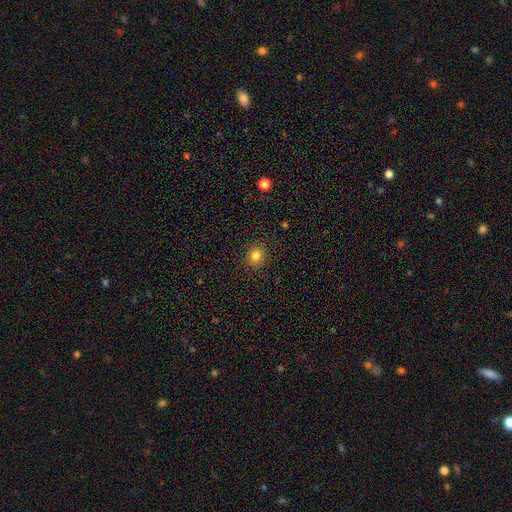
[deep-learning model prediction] Morphology: type=smooth (82%); roundness=round (78%); merging=none (89%).